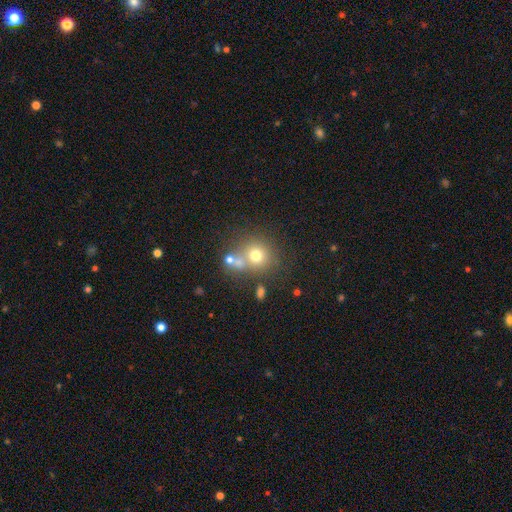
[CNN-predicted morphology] Smooth or featured? Predicted: smooth (p=0.68). How rounded? Predicted: round (p=0.85). Merging? Predicted: none (p=0.55).